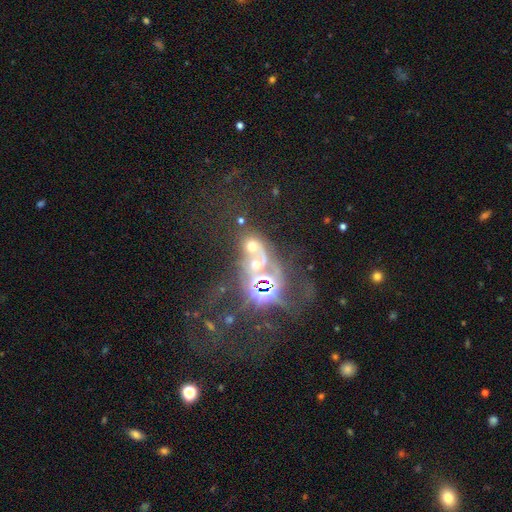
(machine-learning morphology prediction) smooth_or_featured: star or artifact (p=0.45) [alt: featured or disk p=0.34]